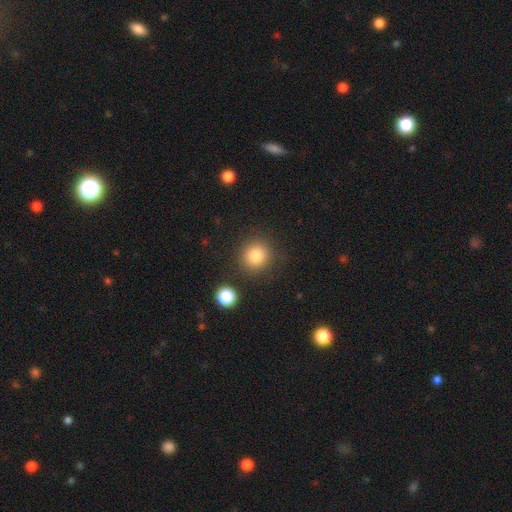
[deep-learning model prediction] Smooth or featured: smooth — 83% (star or artifact — 11%)
How rounded: round — 89% (in between — 10%)
Merging: none — 83% (minor disturbance — 8%)